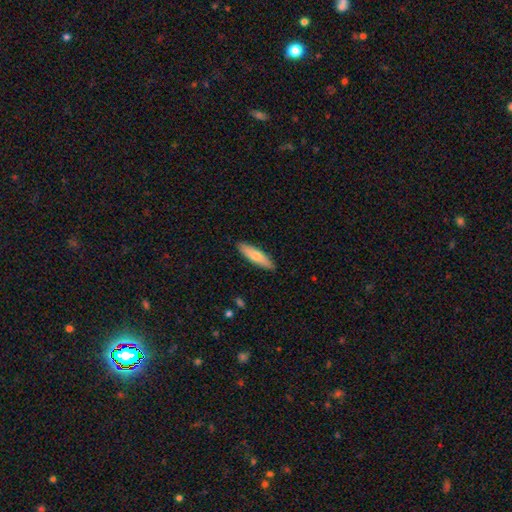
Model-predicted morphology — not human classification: type=smooth (67%); roundness=cigar-shaped (74%); merging=none (90%).